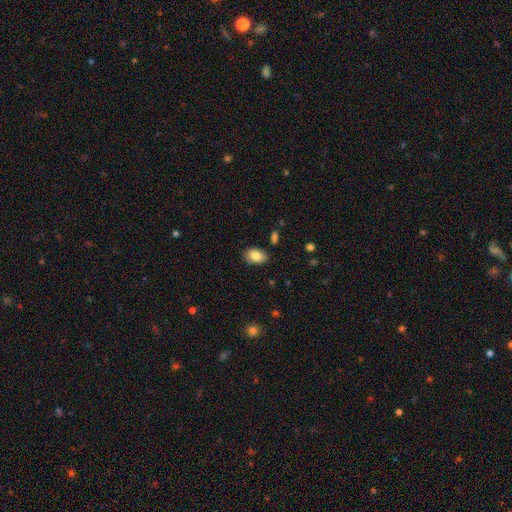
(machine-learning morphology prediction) A smooth galaxy with no disk features (82%) that is in between round and cigar-shaped (89%). Merging: none (83%).